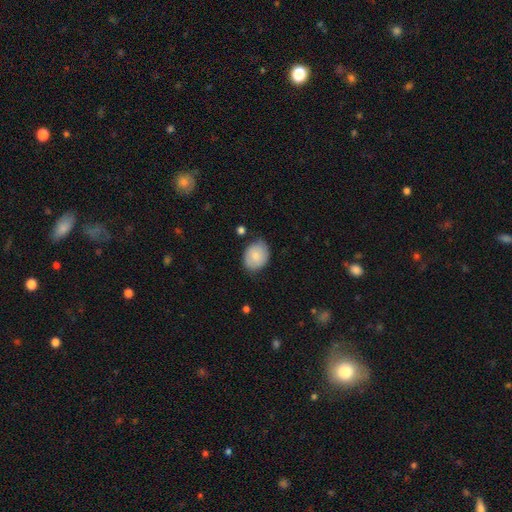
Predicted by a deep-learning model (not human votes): Morphology: type=smooth (78%); roundness=in between (58%); merging=none (72%).